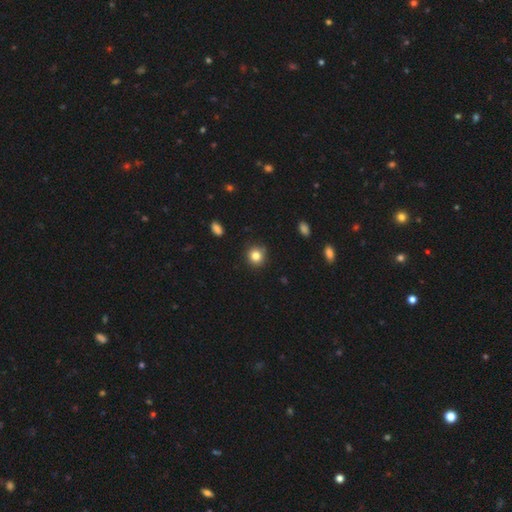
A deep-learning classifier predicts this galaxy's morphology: Smooth or featured? smooth (83%)
How rounded? round (90%)
Merging? none (88%)